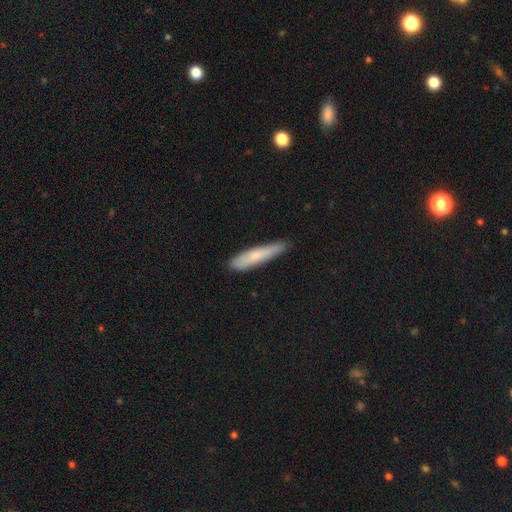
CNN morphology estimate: Smooth or featured? Predicted: smooth (p=0.75). How rounded? Predicted: cigar-shaped (p=0.88). Merging? Predicted: none (p=0.81).